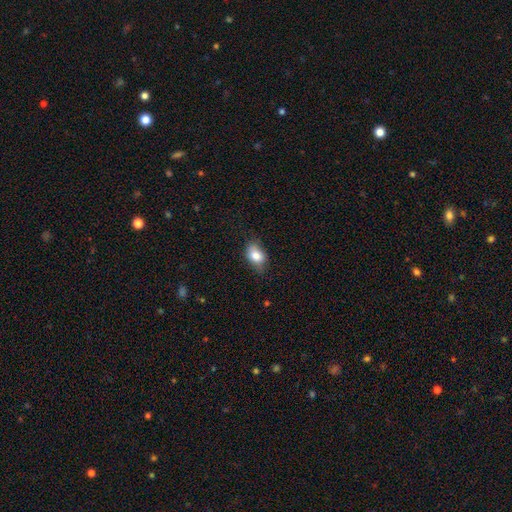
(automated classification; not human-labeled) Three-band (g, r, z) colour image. It shows a smooth galaxy with no disk features (81%) that is in between round and cigar-shaped (77%). Merging: none (65%).